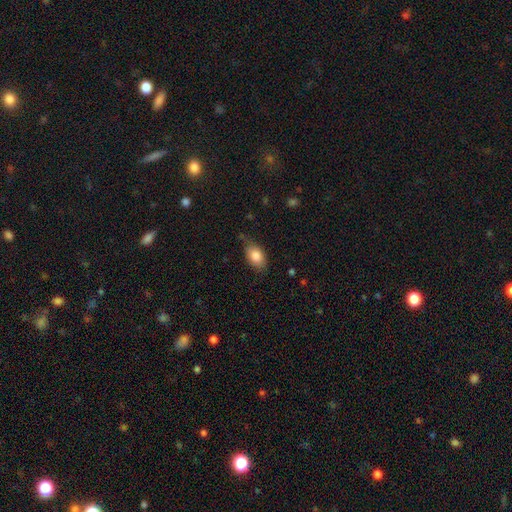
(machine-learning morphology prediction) Smooth or featured?
  - smooth: 84% *
  - featured or disk: 9%
  - star or artifact: 7%
How rounded?
  - in between: 89% *
  - round: 9%
  - cigar-shaped: 2%
Merging?
  - none: 71% *
  - minor disturbance: 23%
  - major disturbance: 5%
  - merger: 2%